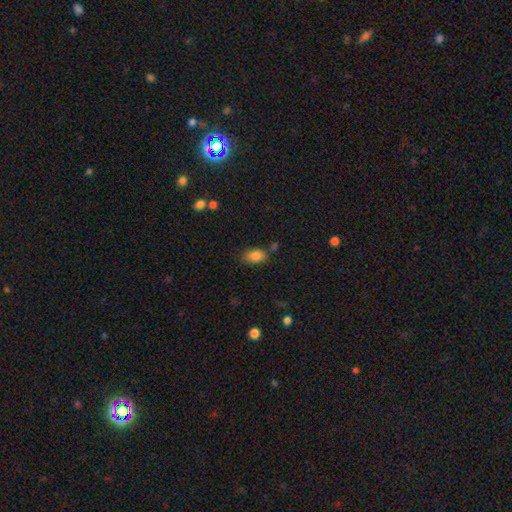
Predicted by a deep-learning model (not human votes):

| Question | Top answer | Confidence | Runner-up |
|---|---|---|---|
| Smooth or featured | smooth | 84% | star or artifact (9%) |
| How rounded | in between | 88% | round (10%) |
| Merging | none | 70% | minor disturbance (18%) |